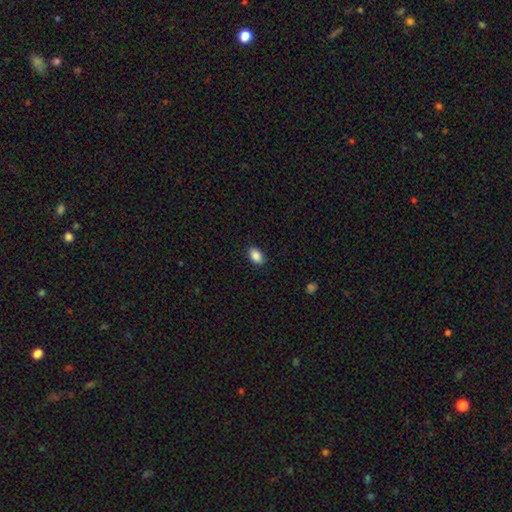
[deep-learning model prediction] Smooth or featured? smooth (89%)
How rounded? in between (89%)
Merging? none (88%)